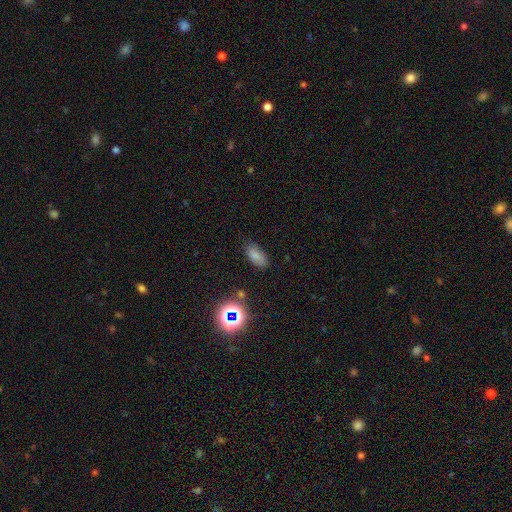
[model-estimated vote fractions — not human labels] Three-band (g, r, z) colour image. It shows a smooth galaxy with no disk features (76%) that is in between round and cigar-shaped (89%). Merging: none (81%).